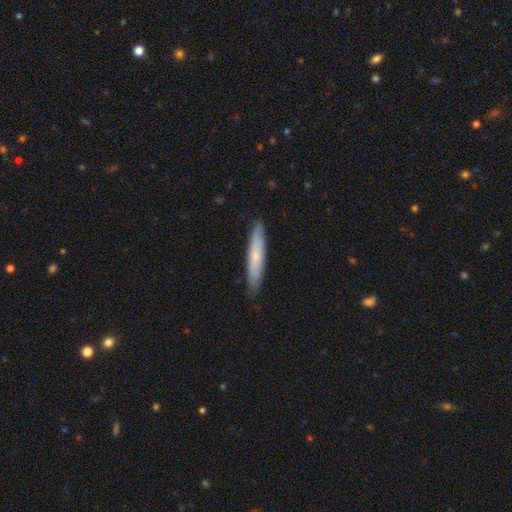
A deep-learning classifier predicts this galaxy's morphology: smooth 61%, featured or disk 33%, star or artifact 6%. Down the decision tree: how rounded — cigar-shaped (92%); merging — none (88%).